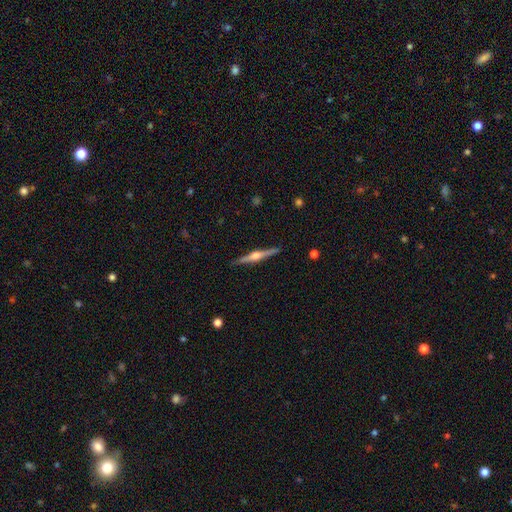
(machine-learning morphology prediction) This appears to be a featured or disk galaxy (80%) viewed edge-on (99%) with a rounded central bulge (90%). Merging: none (91%).